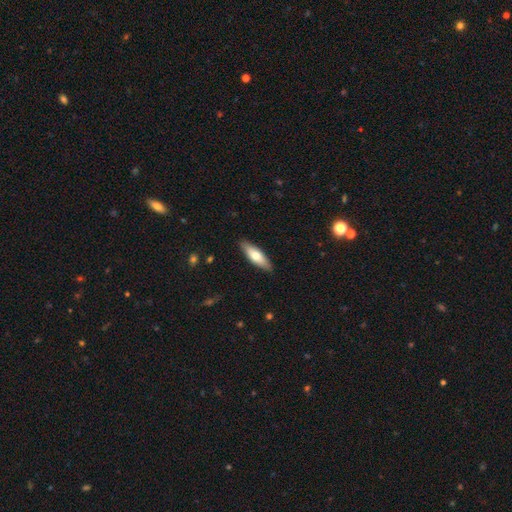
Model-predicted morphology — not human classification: Smooth or featured? Predicted: smooth (p=0.65). How rounded? Predicted: in between (p=0.50). Merging? Predicted: none (p=0.87).